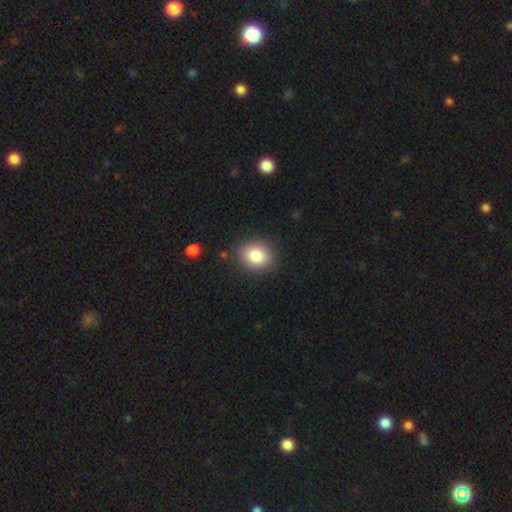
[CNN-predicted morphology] Smooth or featured? Predicted: smooth (p=0.83). How rounded? Predicted: round (p=0.61). Merging? Predicted: none (p=0.87).